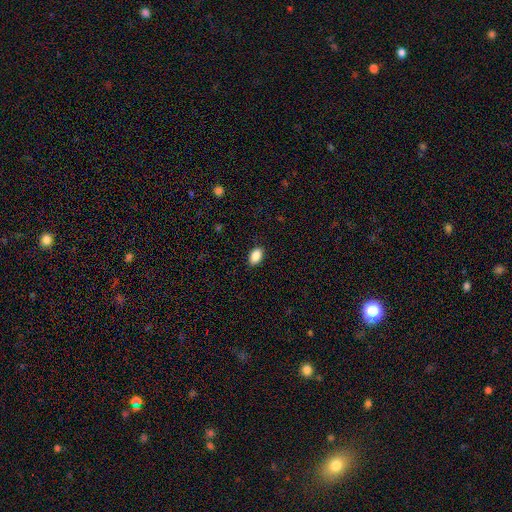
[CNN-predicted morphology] smooth_or_featured: smooth (p=0.89) [alt: star or artifact p=0.08]
how_rounded: in between (p=0.90) [alt: round p=0.08]
merging: none (p=0.89) [alt: minor disturbance p=0.08]